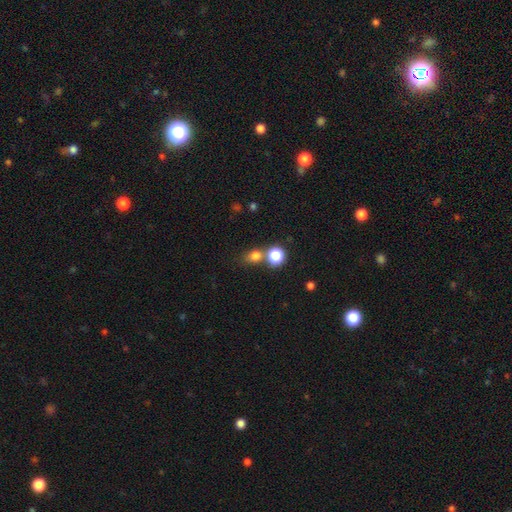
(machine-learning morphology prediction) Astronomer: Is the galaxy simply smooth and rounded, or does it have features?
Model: smooth — 75%.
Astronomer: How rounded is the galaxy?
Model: round — 59% (runner-up: in between, 39%).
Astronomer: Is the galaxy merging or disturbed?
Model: none — 58%.